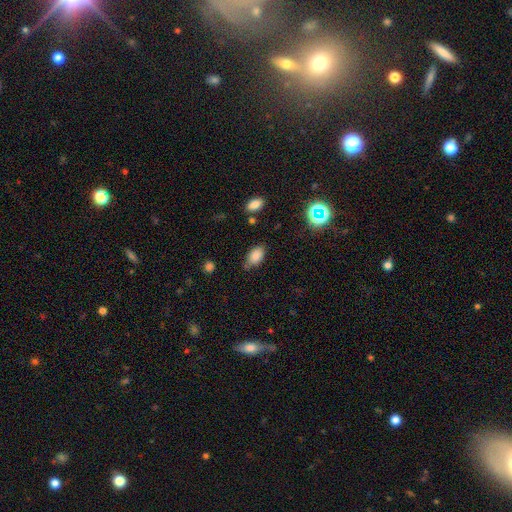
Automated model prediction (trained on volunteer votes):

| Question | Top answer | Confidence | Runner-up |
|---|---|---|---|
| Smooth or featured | smooth | 84% | star or artifact (11%) |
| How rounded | in between | 91% | round (7%) |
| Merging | none | 69% | minor disturbance (21%) |